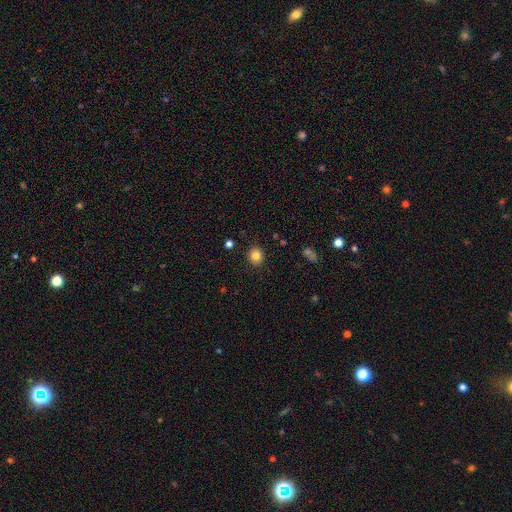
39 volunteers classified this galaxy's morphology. This is clearly a smooth galaxy (85%). How rounded: clearly round (82%). Merging: clearly none (89%).